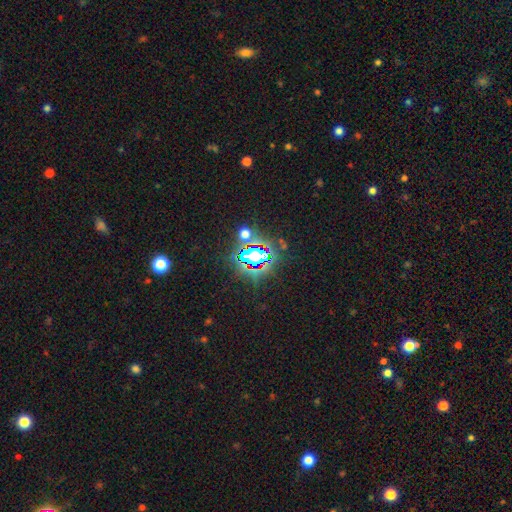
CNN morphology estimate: The model was most divided on "smooth or featured": star or artifact: 80%, smooth: 12%, featured or disk: 8%.